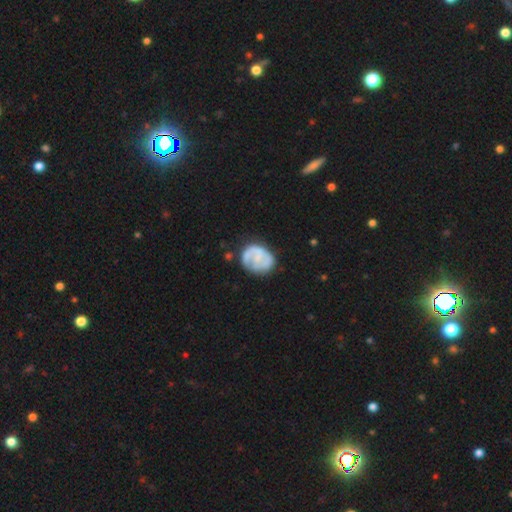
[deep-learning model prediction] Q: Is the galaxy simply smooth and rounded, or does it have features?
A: featured or disk — 54%.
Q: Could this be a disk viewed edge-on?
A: no — 98%.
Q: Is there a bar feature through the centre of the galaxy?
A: no — 71%.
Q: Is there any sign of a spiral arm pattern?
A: yes — 57%.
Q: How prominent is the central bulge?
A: none — 39%.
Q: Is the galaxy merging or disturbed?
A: none — 57%.